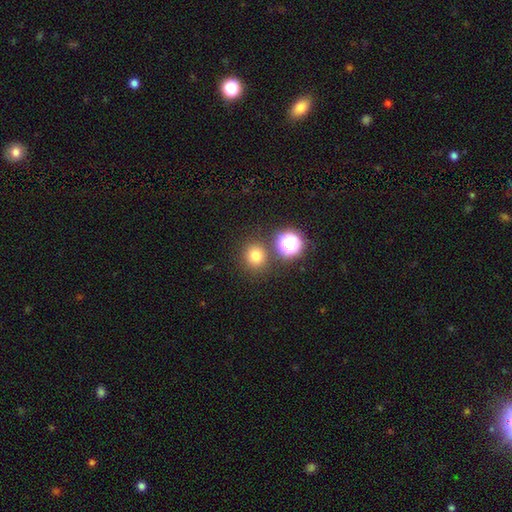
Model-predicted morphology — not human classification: smooth 75%, star or artifact 19%, featured or disk 7%. Down the decision tree: how rounded — round (91%); merging — none (82%).